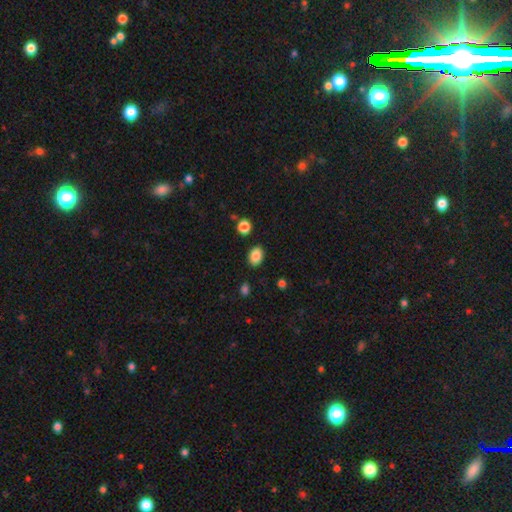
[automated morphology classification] The model was most divided on "how rounded": in between: 76%, round: 23%, cigar-shaped: 1%. More confident: smooth or featured — smooth (87%); merging — none (86%).